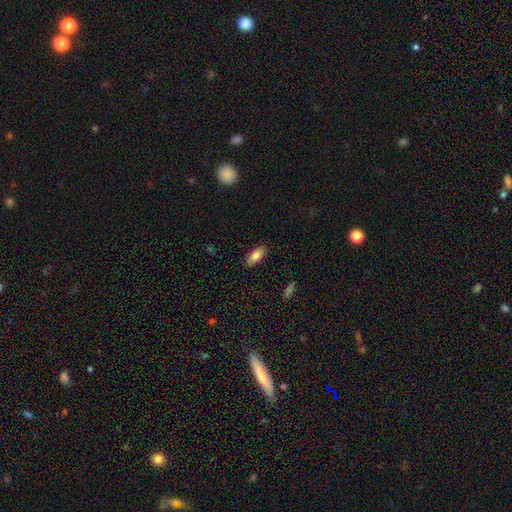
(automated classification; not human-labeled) Smooth or featured? smooth (83%)
How rounded? in between (86%)
Merging? none (87%)